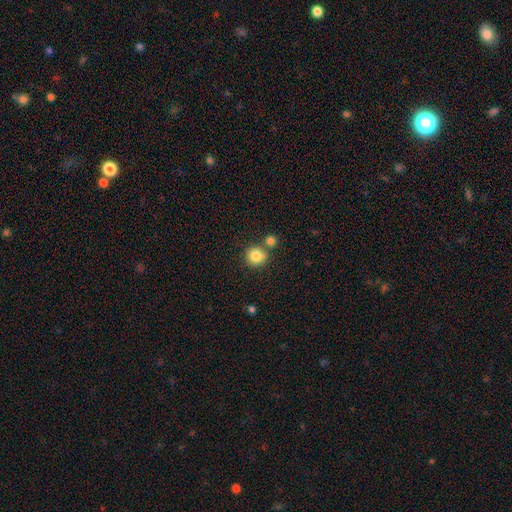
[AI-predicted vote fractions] The model was most divided on "merging": none: 66%, merger: 21%, minor disturbance: 10%, major disturbance: 3%. More confident: how rounded — round (90%); smooth or featured — smooth (83%).